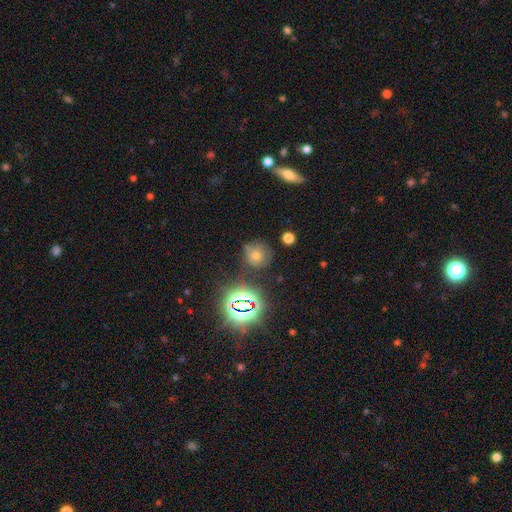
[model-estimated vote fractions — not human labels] smooth_or_featured: smooth (p=0.47) [alt: star or artifact p=0.38]
merging: none (p=0.77) [alt: minor disturbance p=0.14]